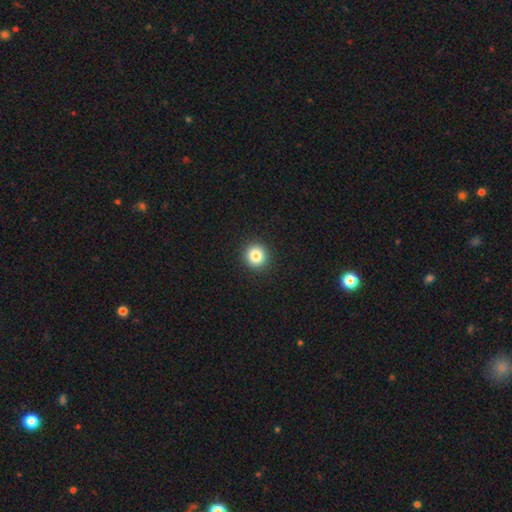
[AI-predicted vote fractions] Q: Smooth or featured?
A: smooth (84%); runner-up: star or artifact (10%)
Q: How rounded?
A: round (92%); runner-up: in between (7%)
Q: Merging?
A: none (93%); runner-up: minor disturbance (5%)